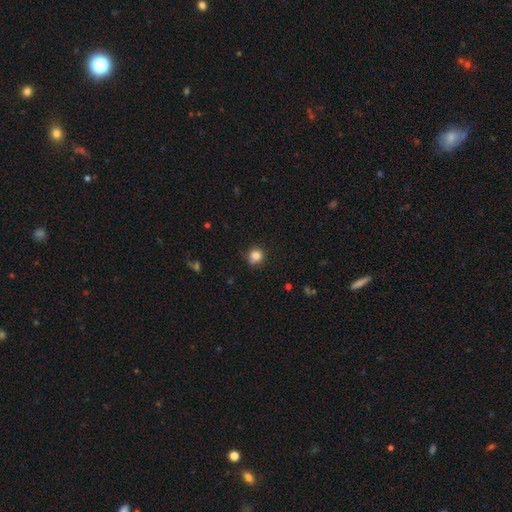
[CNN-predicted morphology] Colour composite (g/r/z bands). It shows a smooth galaxy with no disk features (83%) that is round (83%). Merging: none (70%).